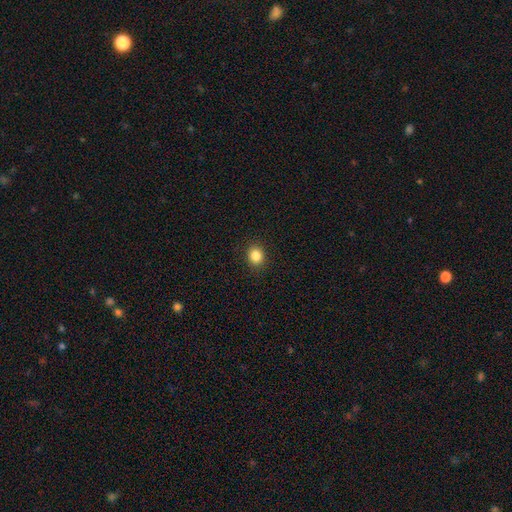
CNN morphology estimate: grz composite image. It shows a smooth galaxy with no disk features (85%) that is round (70%). Merging: none (91%).